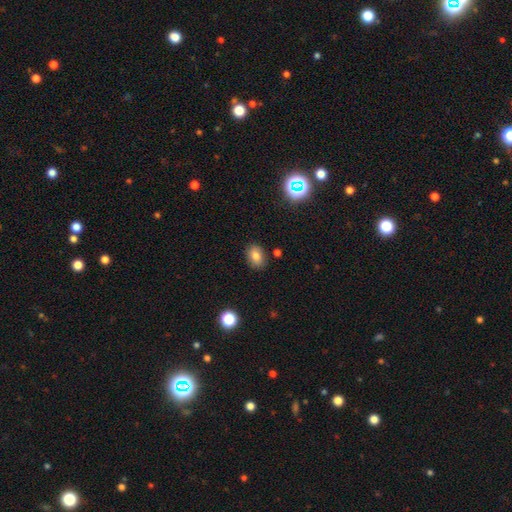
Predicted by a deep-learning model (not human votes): This is likely a smooth galaxy (79%). How rounded: likely in between (74%). Merging: clearly none (84%).